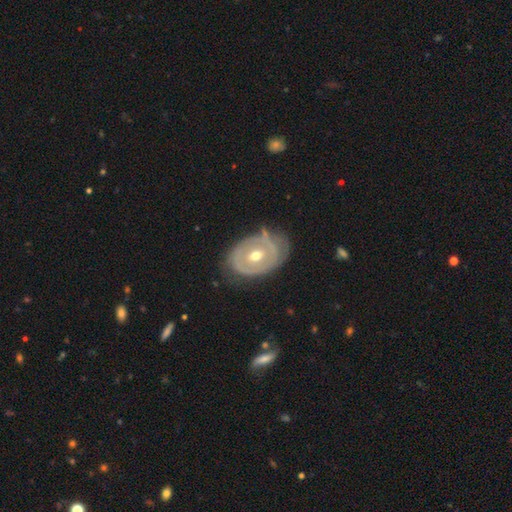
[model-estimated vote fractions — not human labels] smooth_or_featured: featured or disk (p=0.74) [alt: smooth p=0.21]
disk_edge_on: no (p=0.95) [alt: yes p=0.05]
bar: no (p=0.71) [alt: weak p=0.22]
has_spiral_arms: yes (p=0.51) [alt: no p=0.49]
bulge_size: moderate (p=0.73) [alt: small p=0.22]
merging: none (p=0.63) [alt: minor disturbance p=0.26]